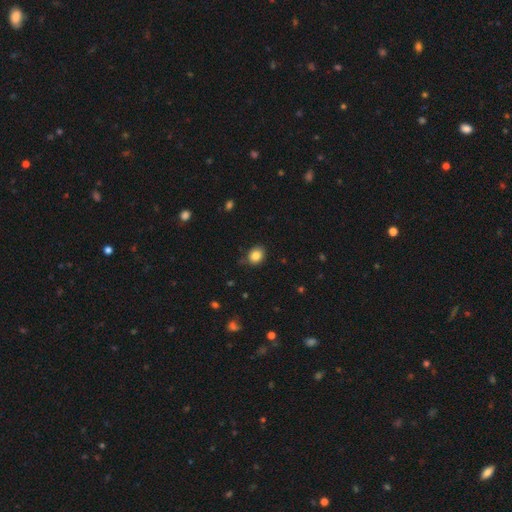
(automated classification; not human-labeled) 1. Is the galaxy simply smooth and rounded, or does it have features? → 84% smooth, 10% star or artifact, 6% featured or disk.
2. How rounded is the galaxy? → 60% round, 40% in between, 1% cigar-shaped.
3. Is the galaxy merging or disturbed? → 80% none, 15% minor disturbance, 3% major disturbance, 2% merger.